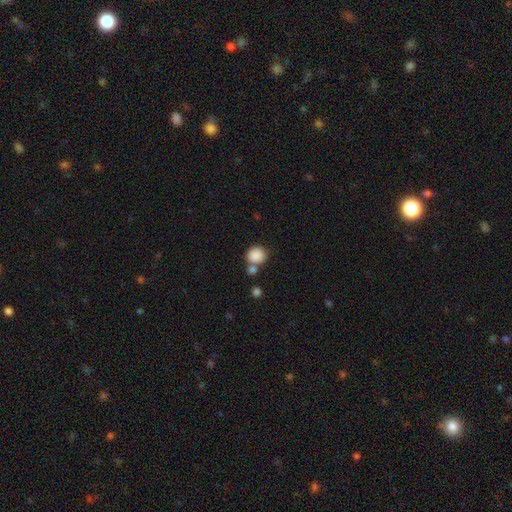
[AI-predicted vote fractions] Q: Smooth or featured?
A: smooth (86%); runner-up: star or artifact (9%)
Q: How rounded?
A: round (84%); runner-up: in between (15%)
Q: Merging?
A: none (57%); runner-up: merger (28%)